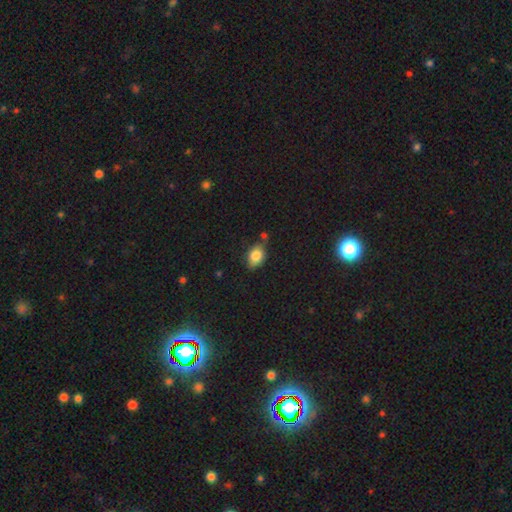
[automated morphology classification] Smooth or featured? smooth (83%)
How rounded? in between (78%)
Merging? none (66%)